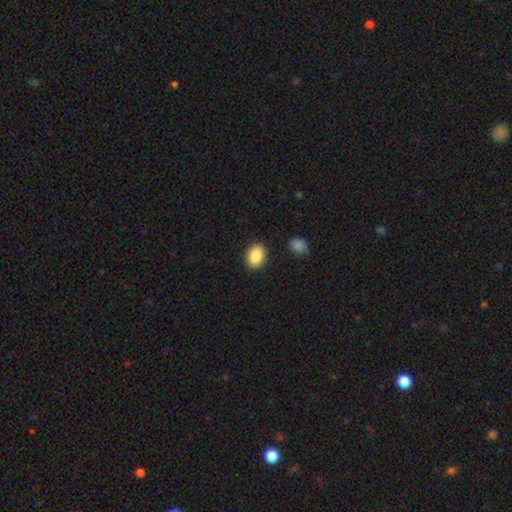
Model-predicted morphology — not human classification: type=smooth (87%); roundness=in between (67%); merging=none (89%).